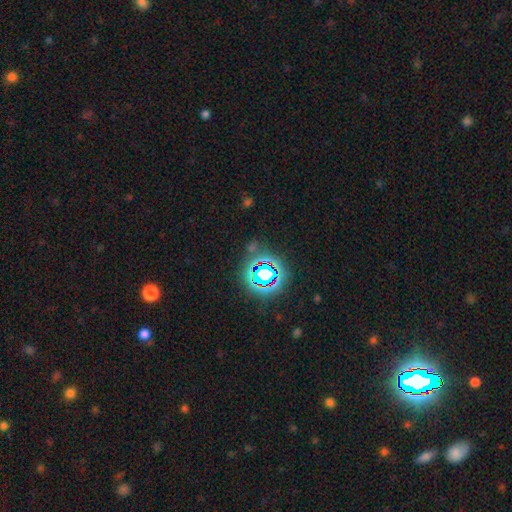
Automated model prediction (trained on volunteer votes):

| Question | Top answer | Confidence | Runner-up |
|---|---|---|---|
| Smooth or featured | star or artifact | 77% | smooth (15%) |